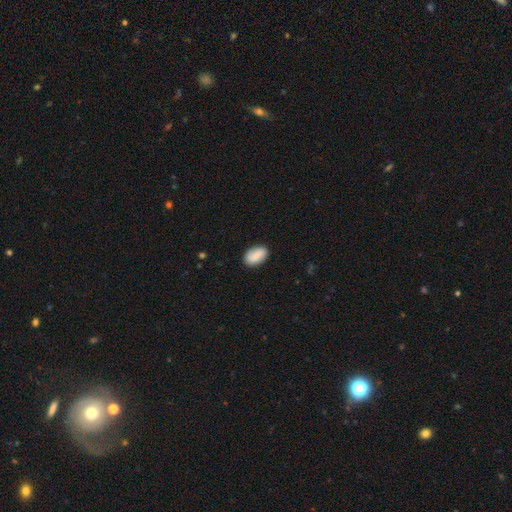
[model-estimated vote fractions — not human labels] smooth_or_featured: smooth (p=0.78) [alt: featured or disk p=0.15]
how_rounded: in between (p=0.89) [alt: round p=0.09]
merging: none (p=0.83) [alt: minor disturbance p=0.13]